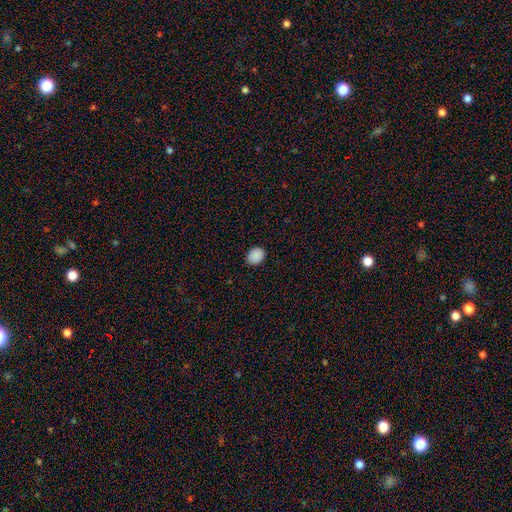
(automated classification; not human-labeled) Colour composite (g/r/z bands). It shows a smooth galaxy with no disk features (90%) that is in between round and cigar-shaped (50%). Merging: none (90%).